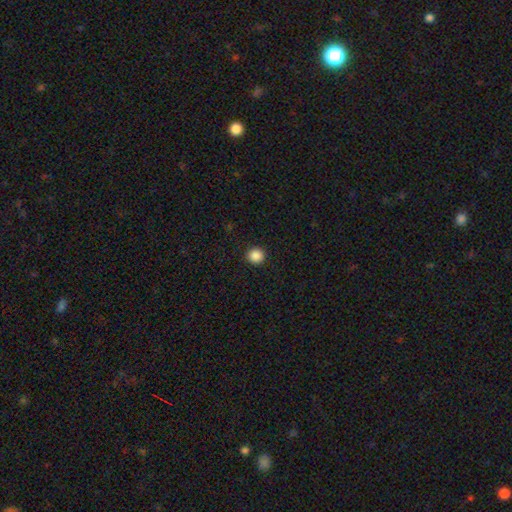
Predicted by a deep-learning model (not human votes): Morphology: type=smooth (88%); roundness=round (94%); merging=none (93%).